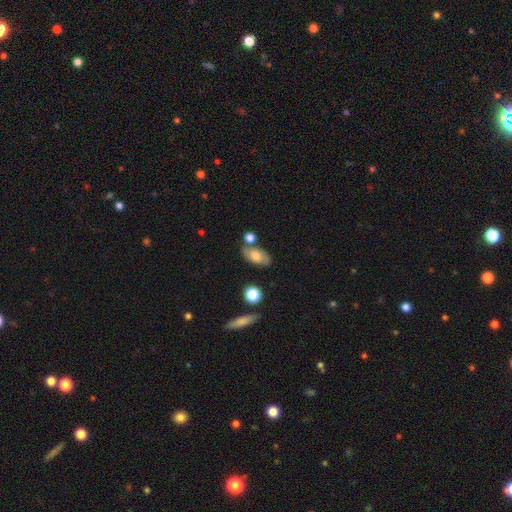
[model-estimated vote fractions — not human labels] This is likely a smooth galaxy (65%). How rounded: clearly in between (89%). Merging: likely none (69%).